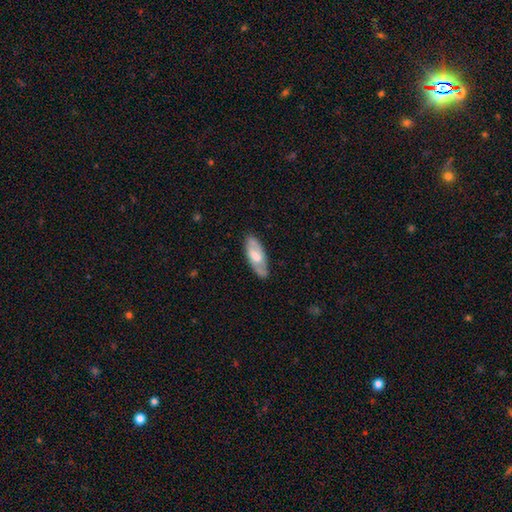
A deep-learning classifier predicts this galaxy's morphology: Smooth or featured?
  - smooth: 50% *
  - featured or disk: 45%
  - star or artifact: 6%
Merging?
  - none: 79% *
  - minor disturbance: 16%
  - major disturbance: 4%
  - merger: 1%